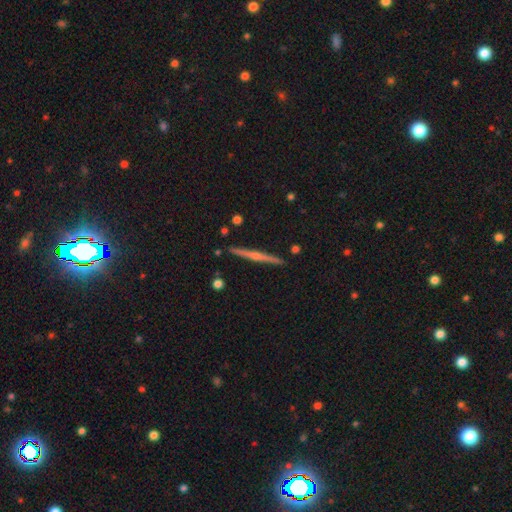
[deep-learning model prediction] This is likely a featured or disk galaxy (70%). It is clearly viewed edge-on (98%). Edge-on bulge: likely rounded (67%). Merging: clearly none (92%).